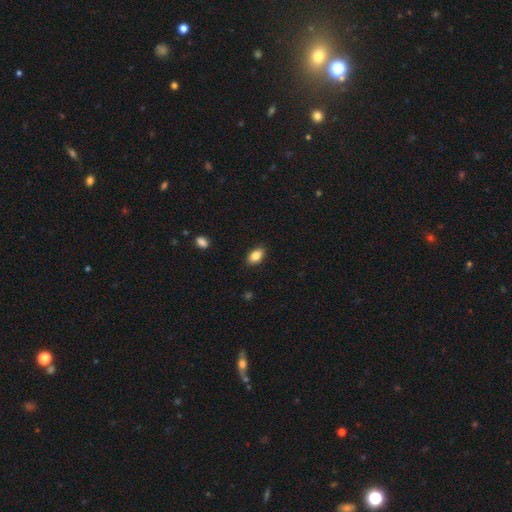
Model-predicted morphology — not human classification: Smooth or featured: smooth — 85% (star or artifact — 8%)
How rounded: in between — 90% (round — 7%)
Merging: none — 88% (minor disturbance — 9%)